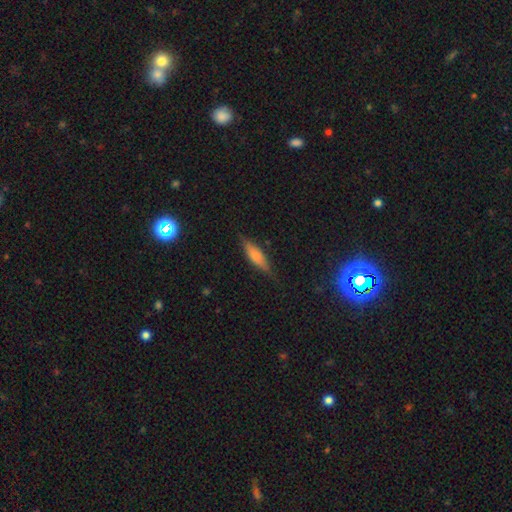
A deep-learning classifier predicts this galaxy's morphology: Q: Smooth or featured?
A: smooth (66%); runner-up: featured or disk (26%)
Q: How rounded?
A: cigar-shaped (56%); runner-up: in between (42%)
Q: Merging?
A: none (79%); runner-up: minor disturbance (16%)